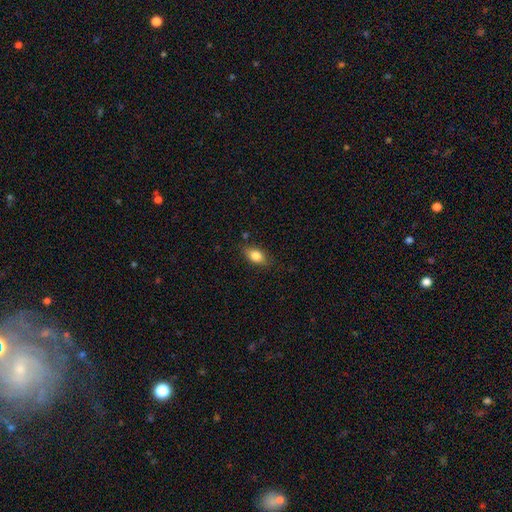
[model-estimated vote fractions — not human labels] The model was most divided on "merging": none: 80%, minor disturbance: 15%, major disturbance: 3%, merger: 2%. More confident: how rounded — in between (85%); smooth or featured — smooth (82%).